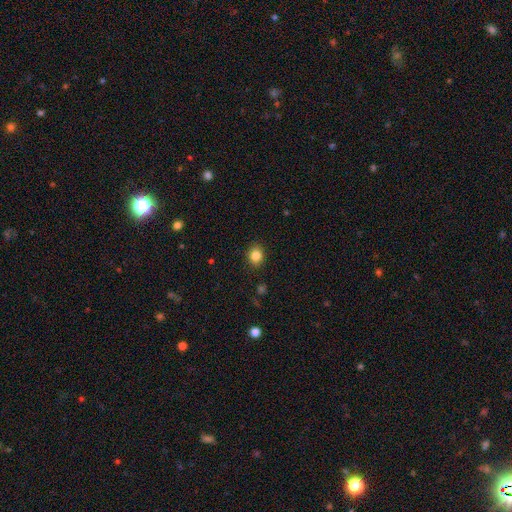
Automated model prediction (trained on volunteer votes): smooth-or-featured: smooth: 84% | star or artifact: 11% | featured or disk: 5%
  how-rounded: round: 64% | in between: 35% | cigar-shaped: 1%
  merging: none: 89% | minor disturbance: 8% | major disturbance: 2% | merger: 1%